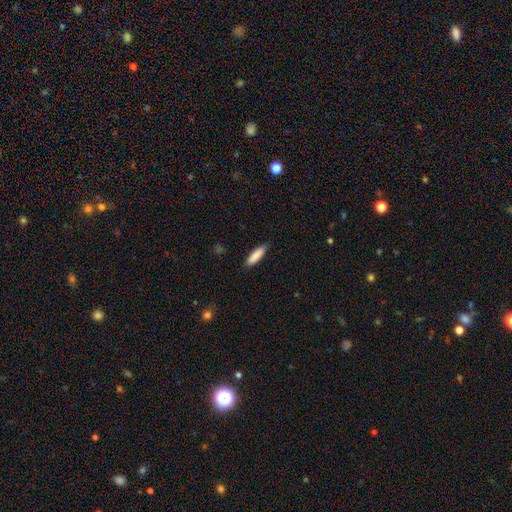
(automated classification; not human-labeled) Smooth or featured?
  - smooth: 88% *
  - featured or disk: 6%
  - star or artifact: 6%
How rounded?
  - cigar-shaped: 62% *
  - in between: 37%
  - round: 1%
Merging?
  - none: 86% *
  - minor disturbance: 11%
  - major disturbance: 2%
  - merger: 1%